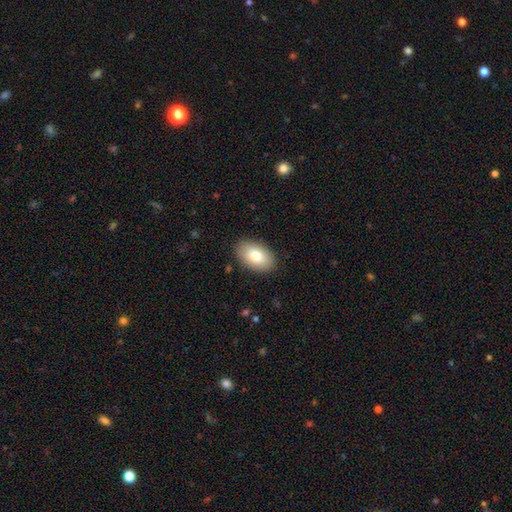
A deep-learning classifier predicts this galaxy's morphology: Overall: smooth (82%). How rounded: in between (93%). Merging: none (87%).